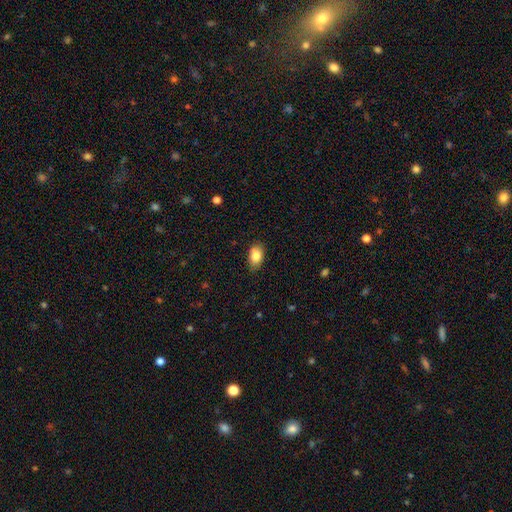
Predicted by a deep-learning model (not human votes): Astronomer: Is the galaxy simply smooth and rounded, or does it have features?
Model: smooth — 84%.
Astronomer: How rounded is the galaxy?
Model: in between — 89%.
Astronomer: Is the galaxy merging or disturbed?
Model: none — 82%.